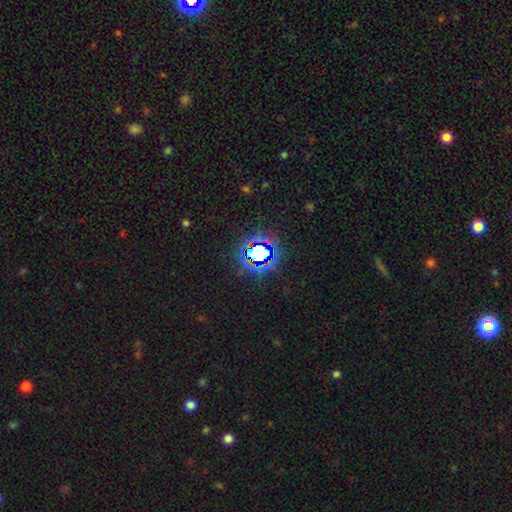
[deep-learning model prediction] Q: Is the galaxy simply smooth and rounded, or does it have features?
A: star or artifact — 74%.